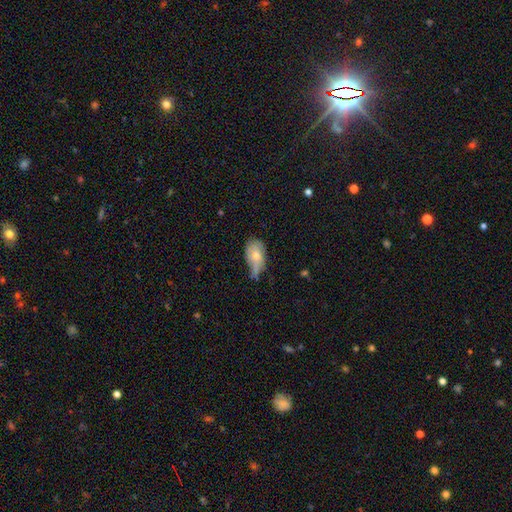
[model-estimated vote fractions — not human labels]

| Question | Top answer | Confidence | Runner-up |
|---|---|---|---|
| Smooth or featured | smooth | 55% | featured or disk (36%) |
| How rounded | in between | 88% | round (7%) |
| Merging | minor disturbance | 46% | none (30%) |